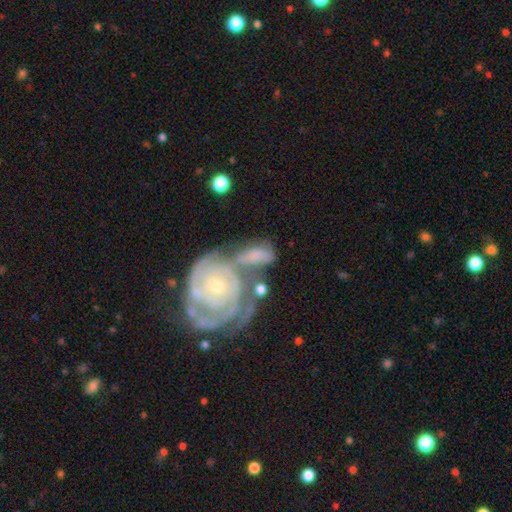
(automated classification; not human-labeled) Smooth or featured?
  - featured or disk: 55% *
  - smooth: 37%
  - star or artifact: 8%
Edge-on disk?
  - no: 94% *
  - yes: 6%
Bar?
  - no: 60% *
  - weak: 27%
  - strong: 12%
Spiral arms?
  - yes: 81% *
  - no: 19%
Bulge size?
  - small: 49% *
  - moderate: 36%
  - none: 8%
  - large: 5%
  - dominant: 2%
Merging?
  - merger: 46% *
  - none: 25%
  - minor disturbance: 16%
  - major disturbance: 13%